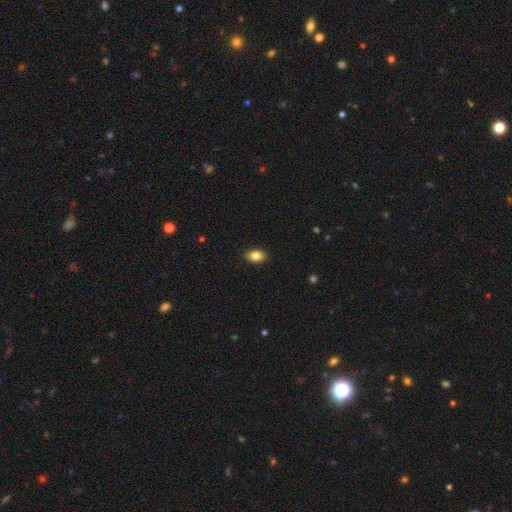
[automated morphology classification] Q: Smooth or featured?
A: smooth (84%); runner-up: featured or disk (8%)
Q: How rounded?
A: in between (87%); runner-up: round (11%)
Q: Merging?
A: none (90%); runner-up: minor disturbance (8%)